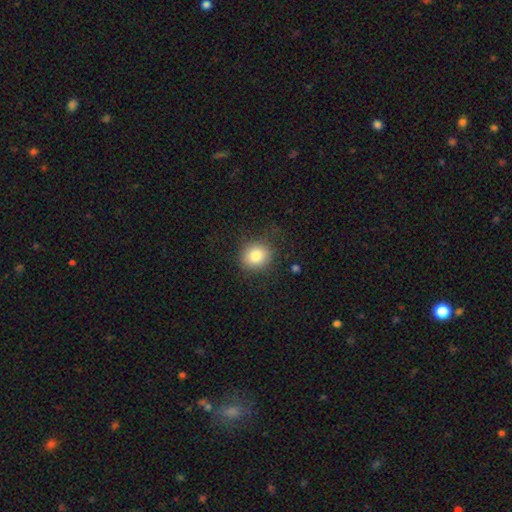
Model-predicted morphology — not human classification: A smooth galaxy with no disk features (82%) that is round (81%).

Vote fractions:
- Smooth or featured? smooth: 82% / star or artifact: 10% / featured or disk: 8%
- How rounded? round: 81% / in between: 18% / cigar-shaped: 1%
- Merging? none: 82% / minor disturbance: 12% / major disturbance: 5% / merger: 1%